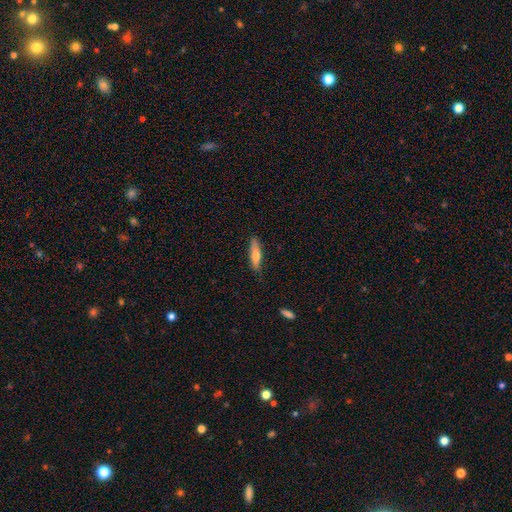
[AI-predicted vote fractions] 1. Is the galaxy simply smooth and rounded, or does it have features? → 66% smooth, 29% featured or disk, 6% star or artifact.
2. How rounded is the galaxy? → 74% cigar-shaped, 25% in between, 2% round.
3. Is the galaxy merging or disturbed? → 83% none, 14% minor disturbance, 2% major disturbance, 1% merger.